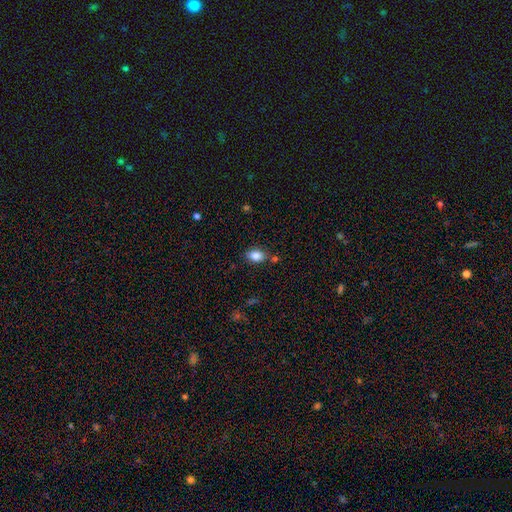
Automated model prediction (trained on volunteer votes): Smooth or featured? Predicted: smooth (p=0.85). How rounded? Predicted: in between (p=0.84). Merging? Predicted: none (p=0.76).